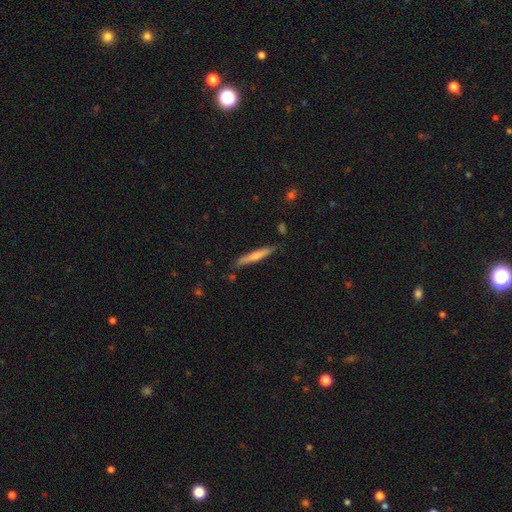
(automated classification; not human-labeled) The model was most divided on "smooth or featured": smooth: 59%, featured or disk: 35%, star or artifact: 6%. More confident: how rounded — cigar-shaped (94%); merging — none (84%).